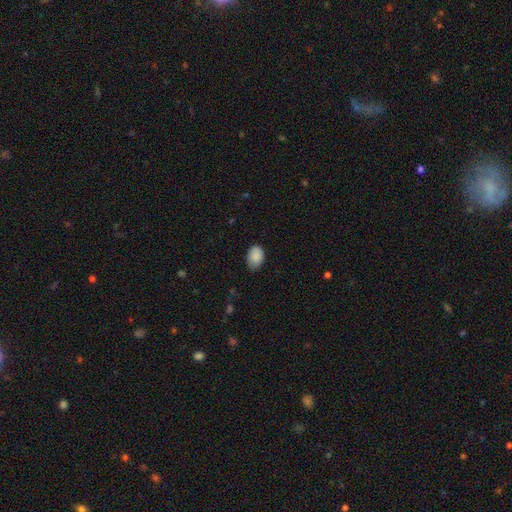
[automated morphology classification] Smooth or featured? smooth (89%)
How rounded? in between (82%)
Merging? none (73%)